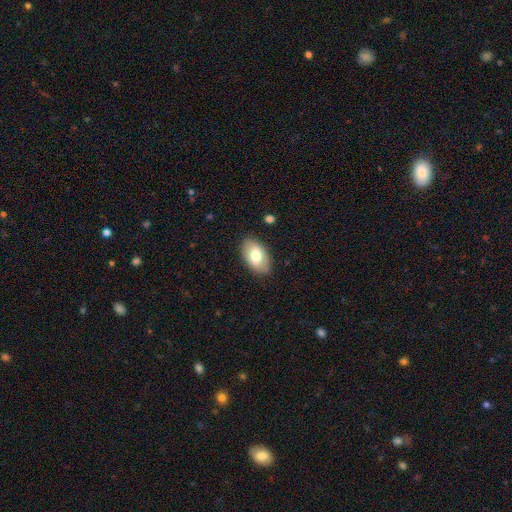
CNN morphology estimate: Smooth or featured? smooth (72%)
How rounded? in between (93%)
Merging? none (86%)